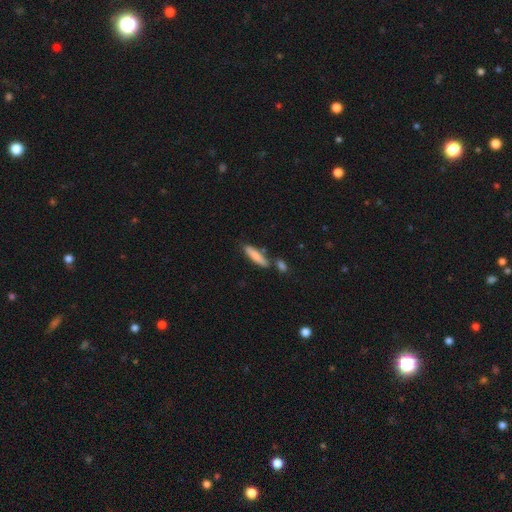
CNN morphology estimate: Smooth or featured: smooth — 79% (featured or disk — 16%)
How rounded: cigar-shaped — 76% (in between — 22%)
Merging: none — 71% (merger — 13%)